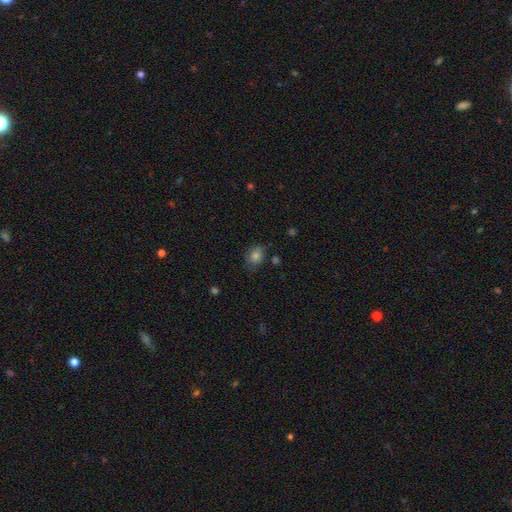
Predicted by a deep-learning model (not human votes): Smooth or featured?
  - smooth: 81% *
  - star or artifact: 12%
  - featured or disk: 7%
How rounded?
  - round: 52% *
  - in between: 47%
  - cigar-shaped: 1%
Merging?
  - none: 73% *
  - minor disturbance: 20%
  - major disturbance: 5%
  - merger: 3%